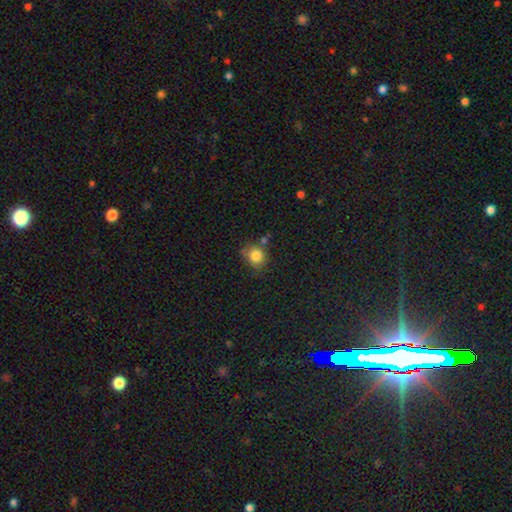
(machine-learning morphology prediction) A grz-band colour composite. It shows a smooth galaxy with no disk features (83%) that is round (75%). Merging: none (64%).